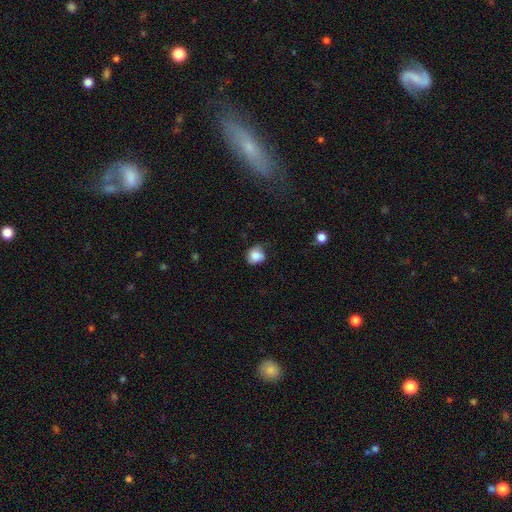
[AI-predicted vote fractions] This is clearly a smooth galaxy (84%). How rounded: likely round (69%). Merging: possibly none (52%).